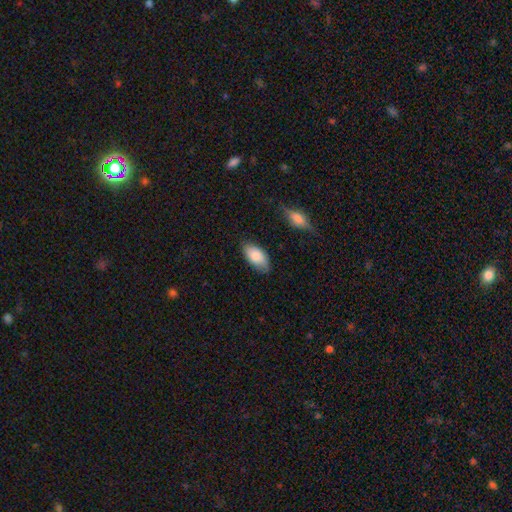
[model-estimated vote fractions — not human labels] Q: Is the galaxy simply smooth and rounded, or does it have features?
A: smooth — 83%.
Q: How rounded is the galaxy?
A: in between — 94%.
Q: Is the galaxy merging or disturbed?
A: none — 74%.